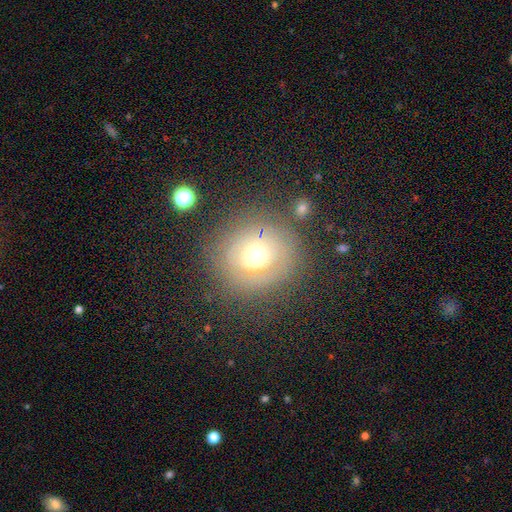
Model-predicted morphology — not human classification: A smooth galaxy with no disk features (50%) that is round (85%). Merging: none (71%).